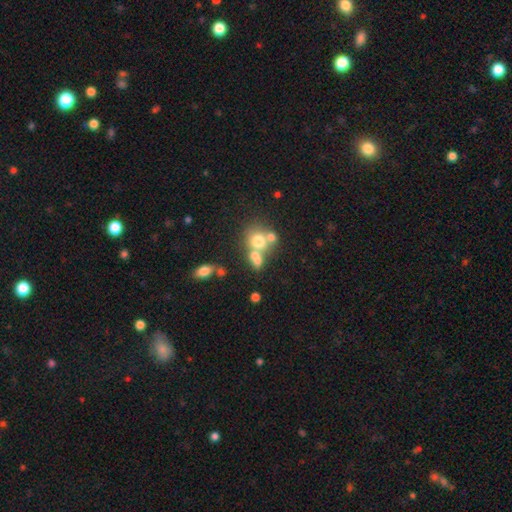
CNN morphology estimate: The model was most divided on "merging": merger: 51%, none: 37%, minor disturbance: 7%, major disturbance: 4%. More confident: how rounded — round (71%); smooth or featured — smooth (55%).